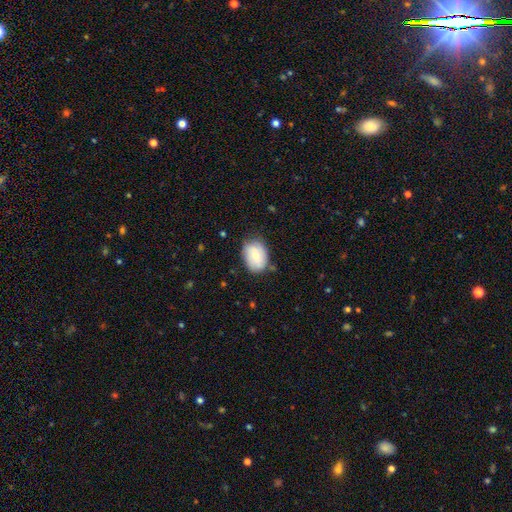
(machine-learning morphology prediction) type=smooth (68%); roundness=in between (72%); merging=none (70%).